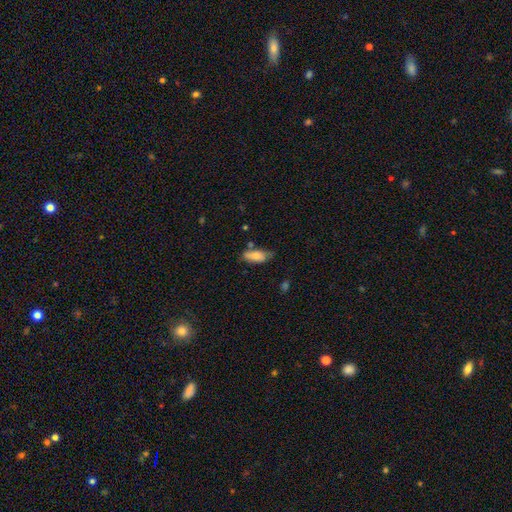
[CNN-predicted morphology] Smooth or featured: smooth — 75% (featured or disk — 18%)
How rounded: in between — 76% (cigar-shaped — 21%)
Merging: none — 56% (minor disturbance — 30%)